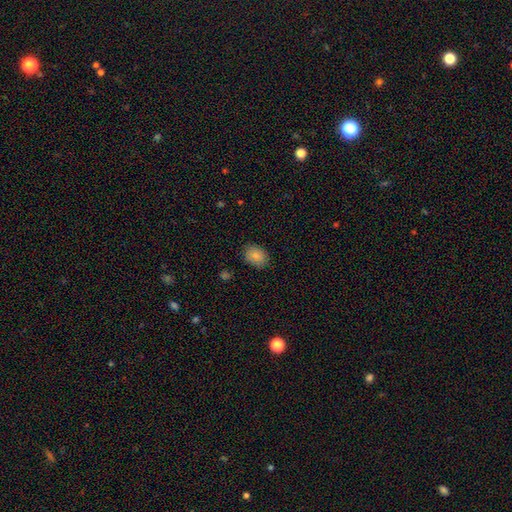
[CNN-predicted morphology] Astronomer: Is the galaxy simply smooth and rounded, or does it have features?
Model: smooth — 85%.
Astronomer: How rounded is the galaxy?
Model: in between — 65%.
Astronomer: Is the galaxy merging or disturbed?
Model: none — 85%.